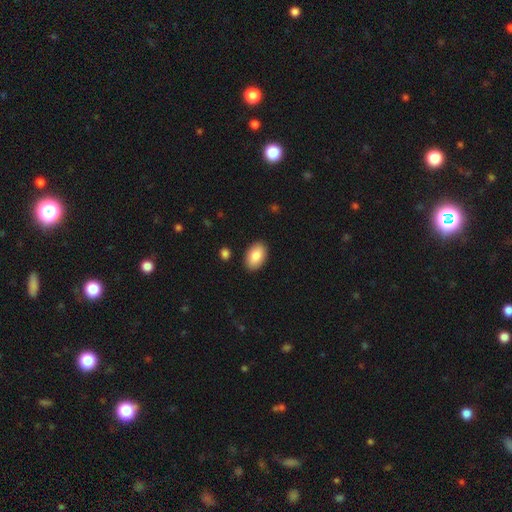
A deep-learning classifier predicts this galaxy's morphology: smooth 86%, featured or disk 8%, star or artifact 6%. Down the decision tree: how rounded — in between (93%); merging — none (89%).